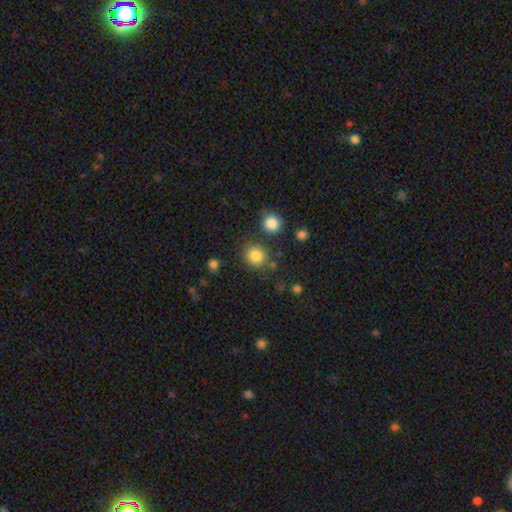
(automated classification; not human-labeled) smooth-or-featured: smooth: 84% | star or artifact: 11% | featured or disk: 5%
  how-rounded: round: 85% | in between: 14% | cigar-shaped: 1%
  merging: none: 78% | minor disturbance: 10% | merger: 7% | major disturbance: 4%